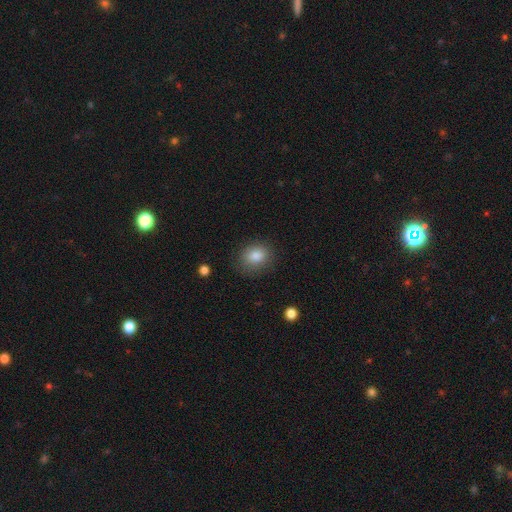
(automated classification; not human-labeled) smooth 85%, star or artifact 9%, featured or disk 6%. Down the decision tree: how rounded — round (52%); merging — none (79%).